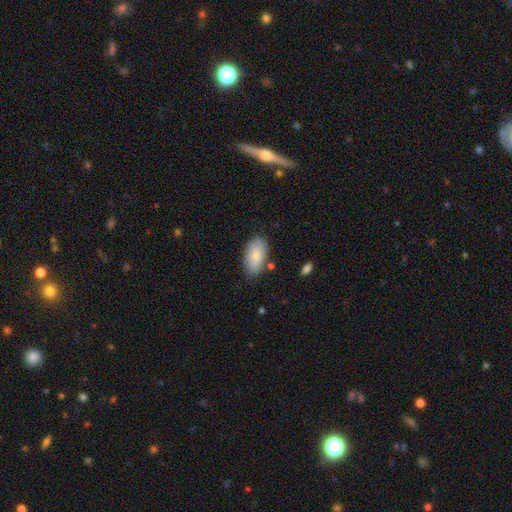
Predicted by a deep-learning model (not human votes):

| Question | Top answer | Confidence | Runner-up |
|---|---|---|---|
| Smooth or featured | smooth | 80% | featured or disk (14%) |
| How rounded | in between | 94% | round (4%) |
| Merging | none | 78% | minor disturbance (15%) |